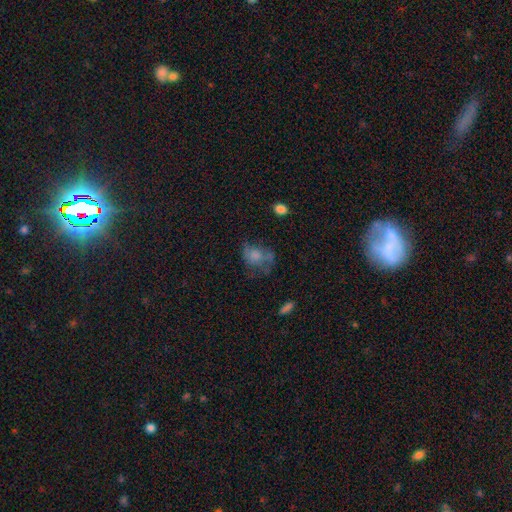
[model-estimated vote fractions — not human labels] This is possibly a smooth galaxy (56%). How rounded: possibly in between (51%). Merging: marginally none (37%).